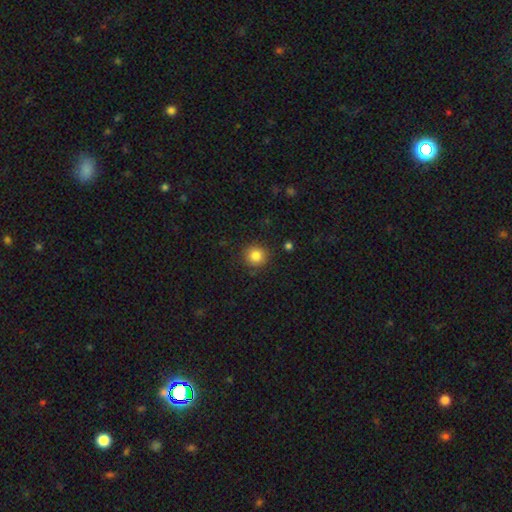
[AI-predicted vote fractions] smooth 84%, star or artifact 10%, featured or disk 5%. Down the decision tree: how rounded — round (92%); merging — none (88%).